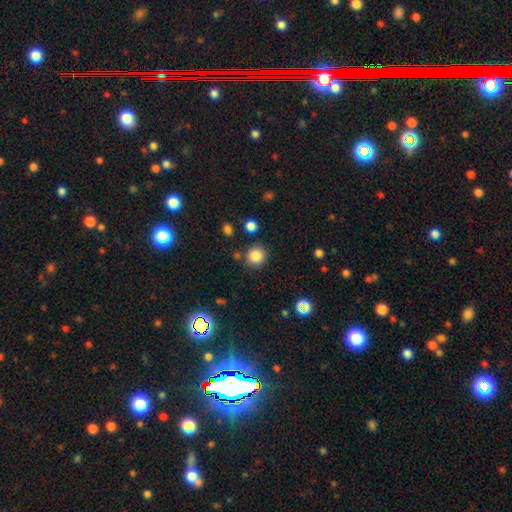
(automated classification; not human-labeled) Overall: smooth (83%). How rounded: round (91%). Merging: none (84%).